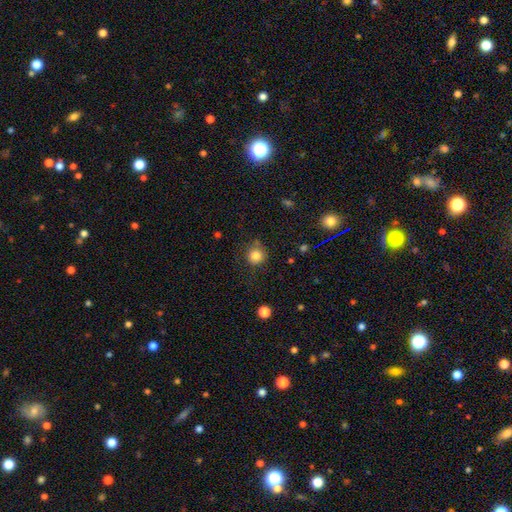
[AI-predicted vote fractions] The model was most divided on "merging": none: 79%, minor disturbance: 13%, major disturbance: 4%, merger: 4%. More confident: how rounded — round (92%); smooth or featured — smooth (83%).